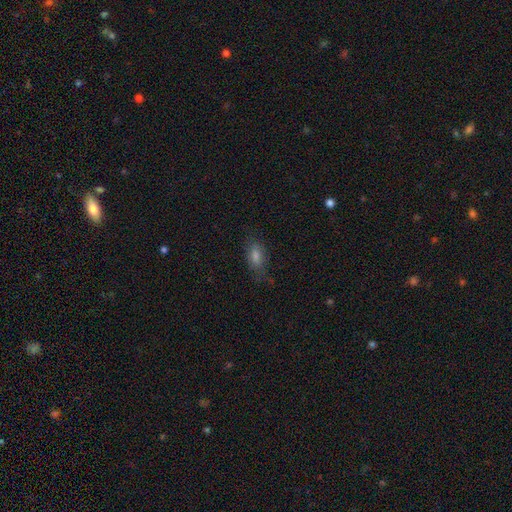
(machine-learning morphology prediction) Overall: smooth (66%). How rounded: in between (78%). Merging: none (71%).